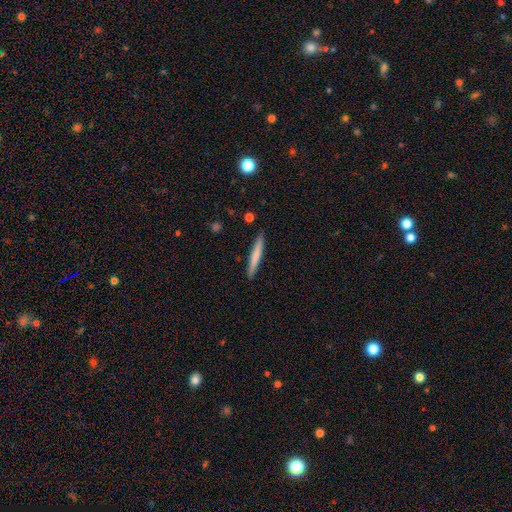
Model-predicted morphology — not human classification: Smooth or featured: smooth — 70% (featured or disk — 25%)
How rounded: cigar-shaped — 96% (in between — 3%)
Merging: none — 91% (minor disturbance — 7%)